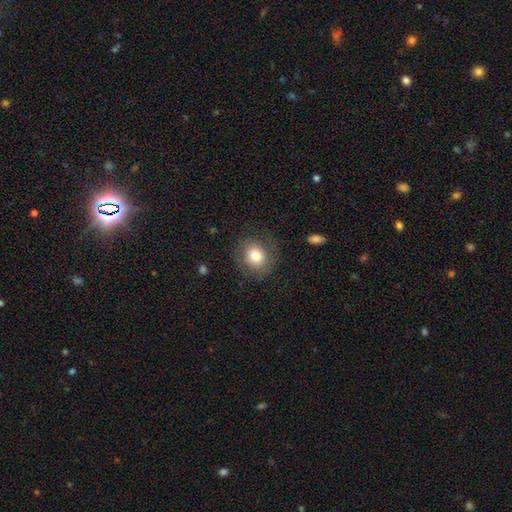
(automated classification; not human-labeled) smooth 76%, featured or disk 15%, star or artifact 9%. Down the decision tree: how rounded — round (79%); merging — none (79%).